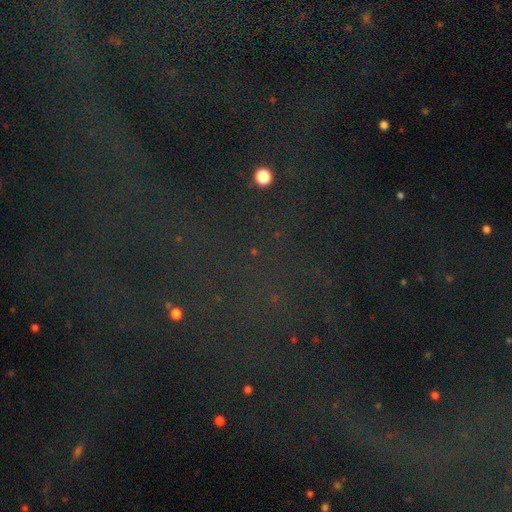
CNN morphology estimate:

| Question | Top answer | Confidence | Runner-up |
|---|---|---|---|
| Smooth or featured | star or artifact | 79% | smooth (11%) |